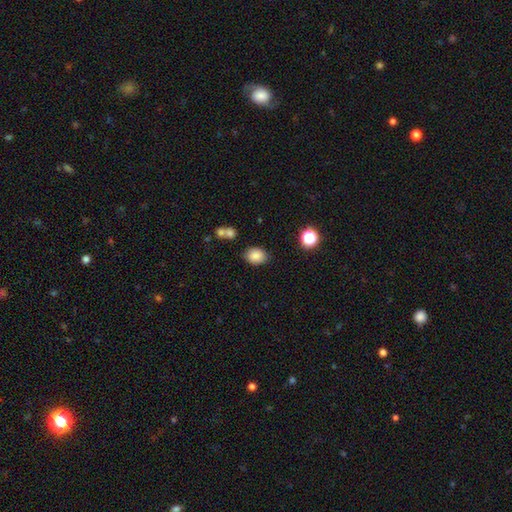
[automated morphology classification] smooth_or_featured: smooth (p=0.85) [alt: star or artifact p=0.10]
how_rounded: in between (p=0.67) [alt: round p=0.32]
merging: none (p=0.80) [alt: minor disturbance p=0.12]